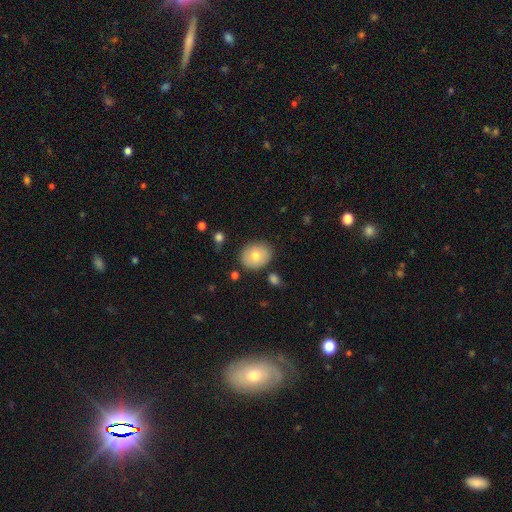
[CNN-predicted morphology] The model was most divided on "how rounded": round: 60%, in between: 40%, cigar-shaped: 1%. More confident: merging — none (82%); smooth or featured — smooth (74%).